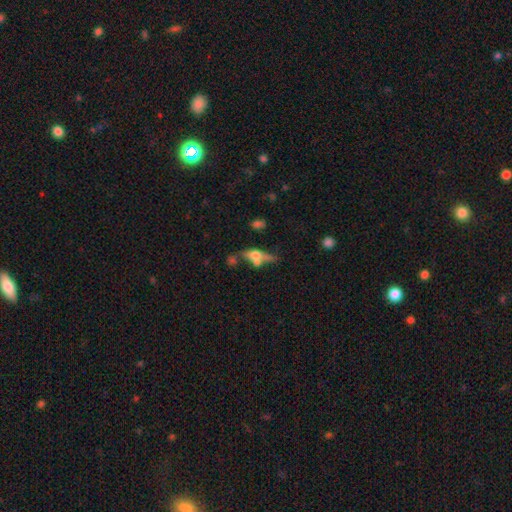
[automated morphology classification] This is possibly a featured or disk galaxy (51%). It is likely viewed edge-on (76%). Merging: marginally none (43%).